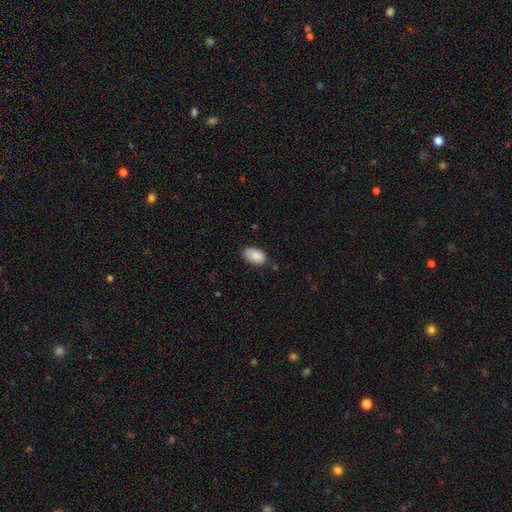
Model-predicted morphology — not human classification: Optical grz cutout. It shows a smooth galaxy with no disk features (89%) that is in between round and cigar-shaped (94%). Merging: none (74%).